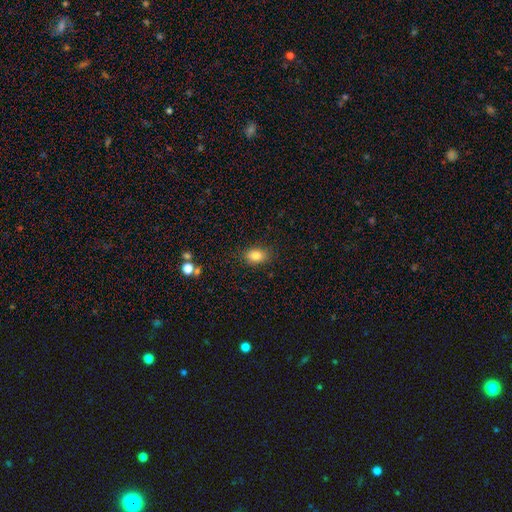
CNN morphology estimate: Smooth or featured?
  - smooth: 83% *
  - star or artifact: 10%
  - featured or disk: 7%
How rounded?
  - in between: 76% *
  - round: 22%
  - cigar-shaped: 1%
Merging?
  - none: 86% *
  - minor disturbance: 10%
  - major disturbance: 3%
  - merger: 1%